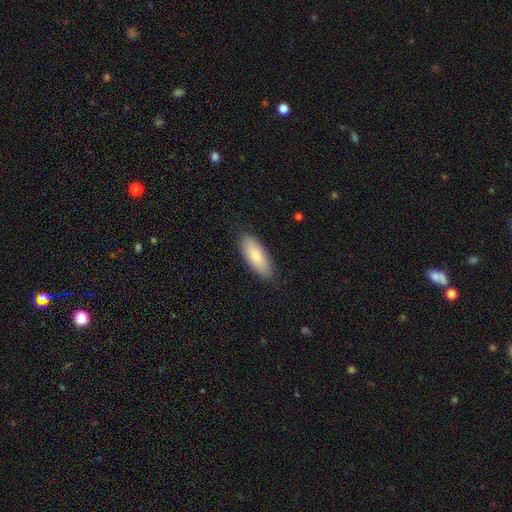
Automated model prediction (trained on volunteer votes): Q: Smooth or featured?
A: smooth (80%); runner-up: featured or disk (14%)
Q: How rounded?
A: in between (78%); runner-up: cigar-shaped (21%)
Q: Merging?
A: none (86%); runner-up: minor disturbance (11%)